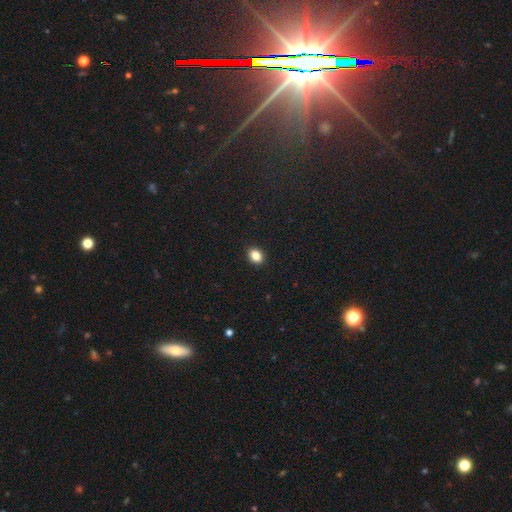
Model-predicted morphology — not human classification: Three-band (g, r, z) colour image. It shows a smooth galaxy with no disk features (85%) that is in between round and cigar-shaped (59%). Merging: none (91%).